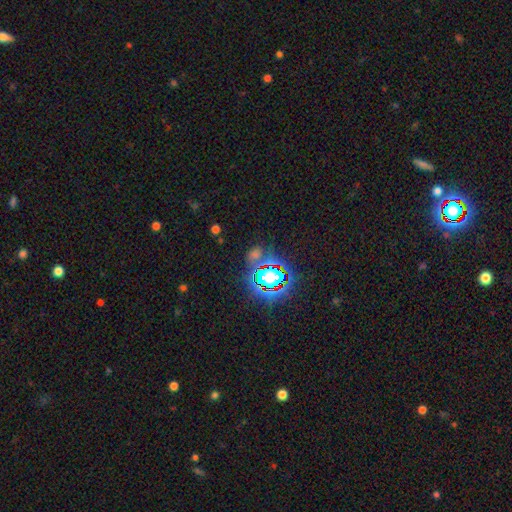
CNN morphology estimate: Q: Smooth or featured?
A: star or artifact (71%); runner-up: smooth (20%)